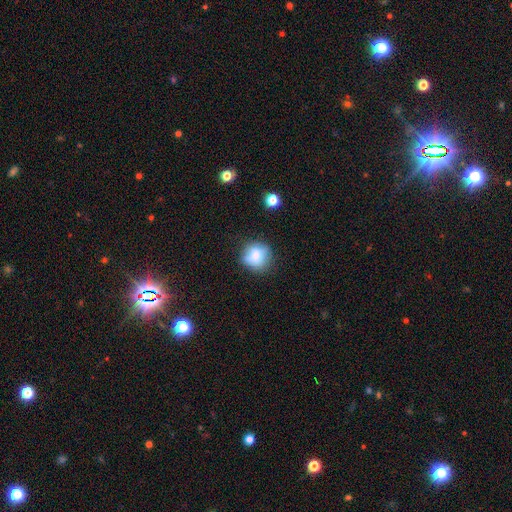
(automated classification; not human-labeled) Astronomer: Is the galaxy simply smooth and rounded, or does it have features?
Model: smooth — 75%.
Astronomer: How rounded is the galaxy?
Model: round — 84%.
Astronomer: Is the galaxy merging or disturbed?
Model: none — 70%.